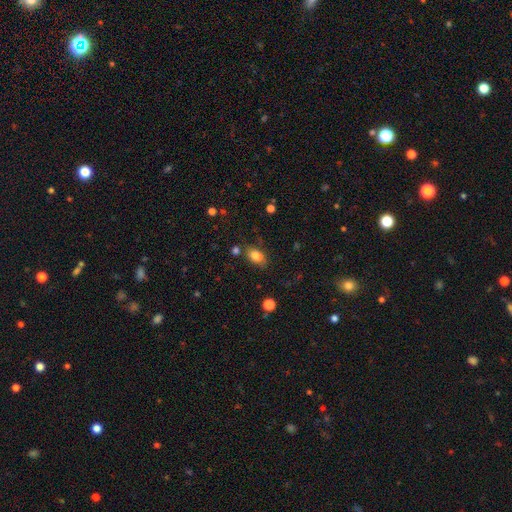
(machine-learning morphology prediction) Smooth or featured? Predicted: smooth (p=0.82). How rounded? Predicted: in between (p=0.85). Merging? Predicted: none (p=0.71).